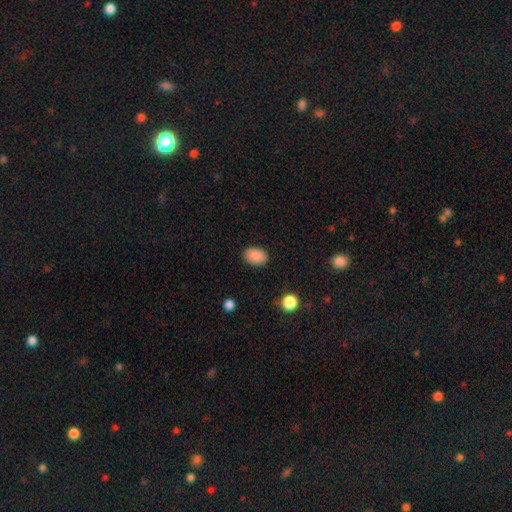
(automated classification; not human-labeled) This appears to be a smooth galaxy with no disk features (89%) that is in between round and cigar-shaped (78%). Merging: none (88%).